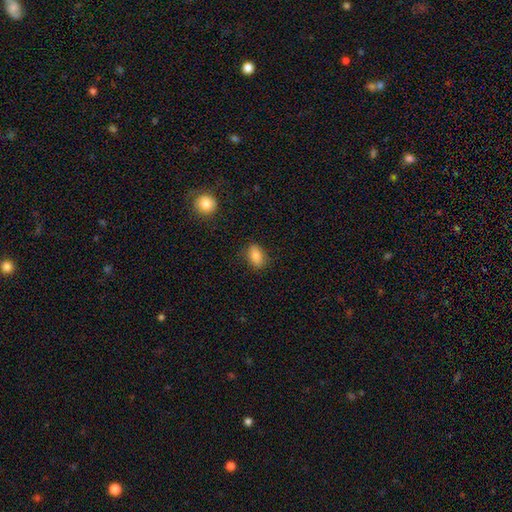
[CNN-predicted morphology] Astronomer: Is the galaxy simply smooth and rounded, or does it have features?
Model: smooth — 81%.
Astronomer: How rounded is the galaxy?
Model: in between — 82%.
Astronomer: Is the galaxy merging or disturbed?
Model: none — 82%.